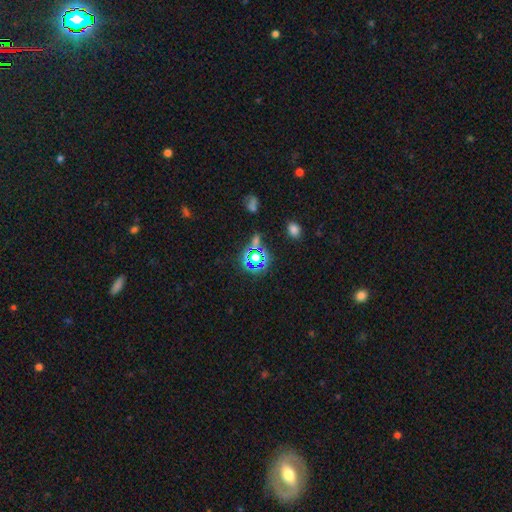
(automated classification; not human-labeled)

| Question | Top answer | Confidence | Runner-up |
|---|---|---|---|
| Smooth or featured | star or artifact | 66% | smooth (25%) |